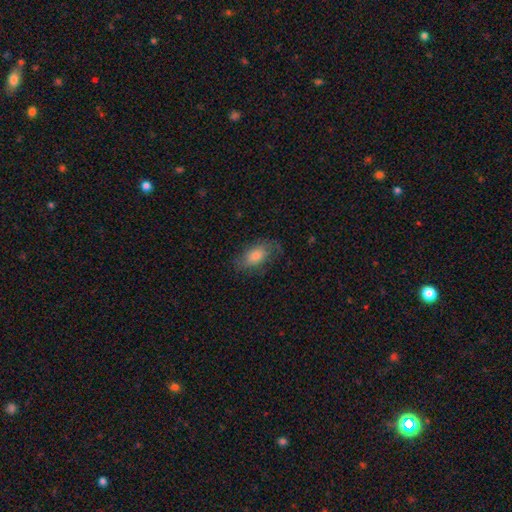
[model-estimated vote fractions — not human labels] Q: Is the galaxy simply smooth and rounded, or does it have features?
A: smooth — 59%.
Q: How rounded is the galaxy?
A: in between — 87%.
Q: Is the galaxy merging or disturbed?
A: none — 70%.